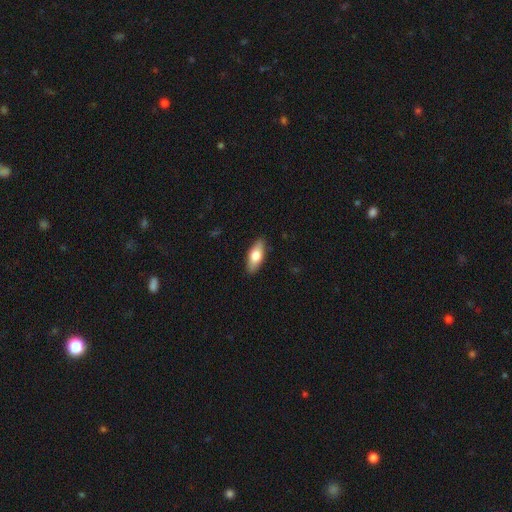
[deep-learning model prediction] Smooth or featured? smooth (72%)
How rounded? in between (81%)
Merging? none (89%)